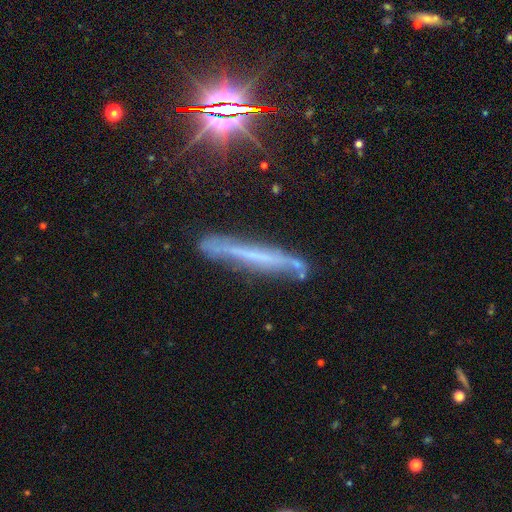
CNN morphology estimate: This is possibly a featured or disk galaxy (53%). It is clearly viewed edge-on (86%). Merging: likely none (68%).